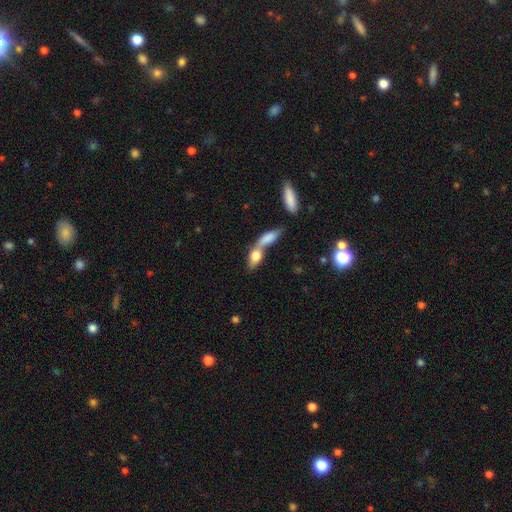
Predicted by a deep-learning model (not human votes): A smooth galaxy with no disk features (74%) that is in between round and cigar-shaped (76%). Merging: merger (68%).